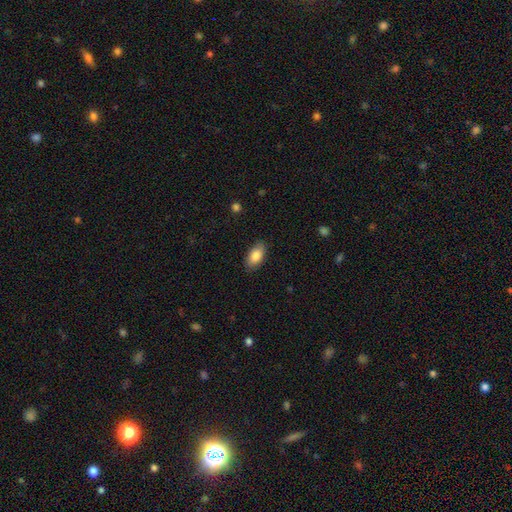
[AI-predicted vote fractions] smooth 85%, featured or disk 9%, star or artifact 7%. Down the decision tree: how rounded — in between (92%); merging — none (86%).